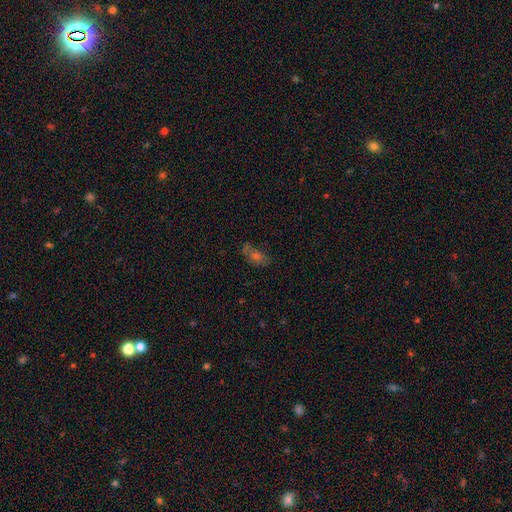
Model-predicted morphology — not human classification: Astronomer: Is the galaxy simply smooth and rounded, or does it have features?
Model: smooth — 45% (runner-up: star or artifact, 28%).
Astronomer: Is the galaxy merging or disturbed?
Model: none — 58%.